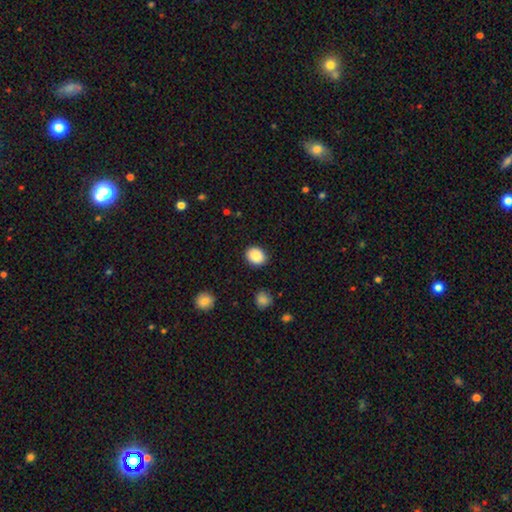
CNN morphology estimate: smooth 88%, star or artifact 8%, featured or disk 4%. Down the decision tree: how rounded — round (53%); merging — none (89%).